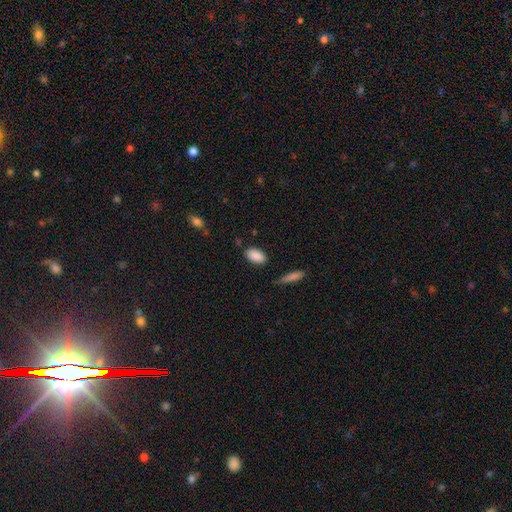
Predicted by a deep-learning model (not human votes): smooth 89%, star or artifact 7%, featured or disk 4%. Down the decision tree: how rounded — in between (93%); merging — none (83%).